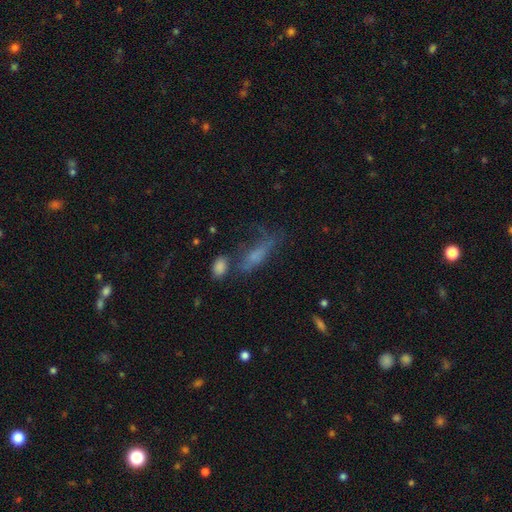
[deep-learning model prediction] This is possibly a smooth galaxy (51%). How rounded: possibly cigar-shaped (49%). Merging: marginally none (37%).